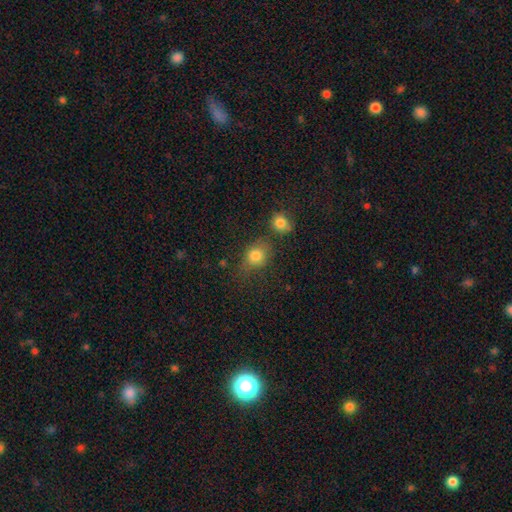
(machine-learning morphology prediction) Smooth or featured? smooth (80%)
How rounded? round (61%)
Merging? none (59%)